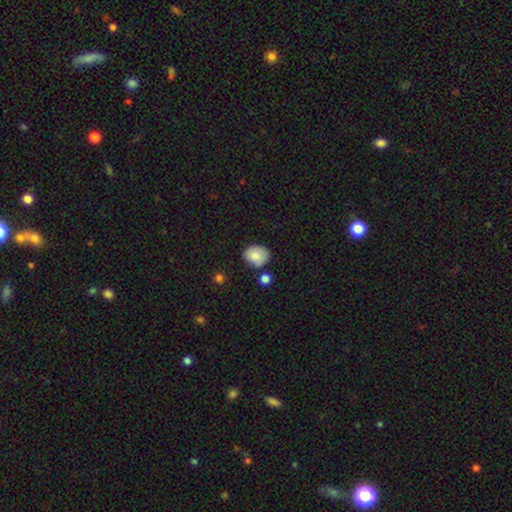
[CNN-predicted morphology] Q: Smooth or featured?
A: smooth (81%); runner-up: featured or disk (11%)
Q: How rounded?
A: in between (51%); runner-up: round (48%)
Q: Merging?
A: none (67%); runner-up: minor disturbance (20%)